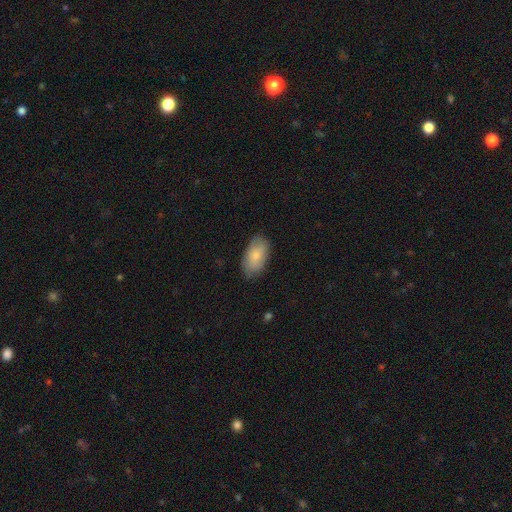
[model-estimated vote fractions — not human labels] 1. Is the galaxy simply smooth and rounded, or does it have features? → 80% smooth, 15% featured or disk, 6% star or artifact.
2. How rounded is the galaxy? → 94% in between, 3% round, 2% cigar-shaped.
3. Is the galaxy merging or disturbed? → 82% none, 14% minor disturbance, 3% major disturbance, 1% merger.